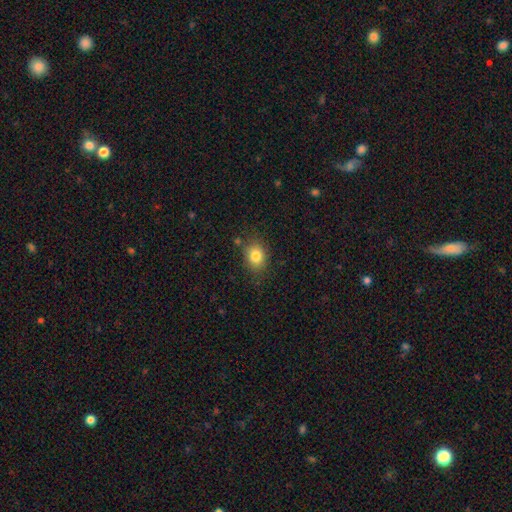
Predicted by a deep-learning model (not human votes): This appears to be a smooth galaxy with no disk features (82%) that is round (51%). Merging: none (80%).